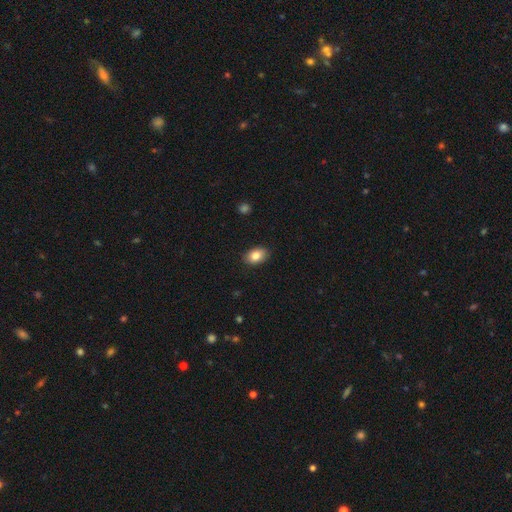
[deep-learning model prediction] Q: Smooth or featured?
A: smooth (84%); runner-up: featured or disk (8%)
Q: How rounded?
A: in between (85%); runner-up: round (14%)
Q: Merging?
A: none (88%); runner-up: minor disturbance (9%)